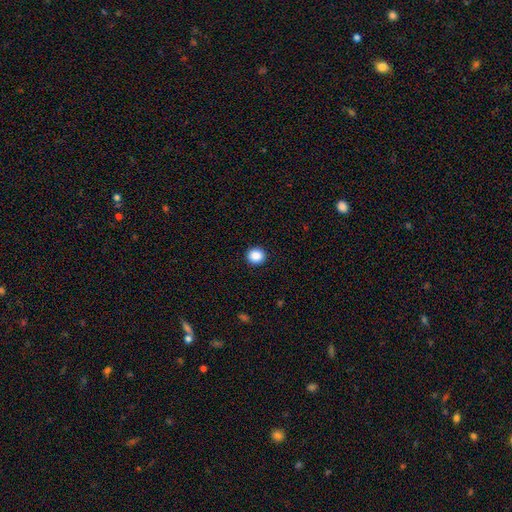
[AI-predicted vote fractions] Q: Smooth or featured?
A: smooth (88%); runner-up: star or artifact (9%)
Q: How rounded?
A: round (90%); runner-up: in between (9%)
Q: Merging?
A: none (93%); runner-up: minor disturbance (4%)